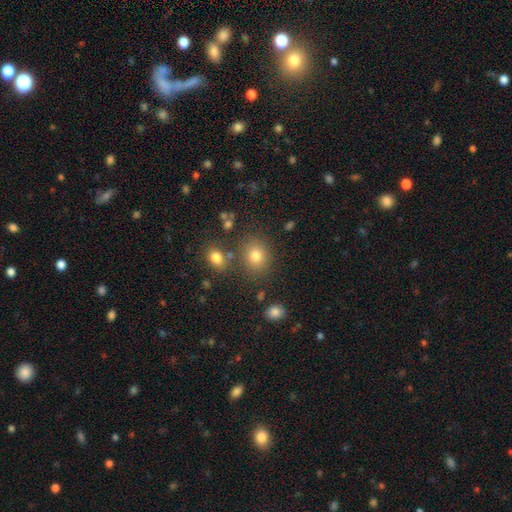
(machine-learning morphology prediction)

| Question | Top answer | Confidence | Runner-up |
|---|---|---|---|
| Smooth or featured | smooth | 77% | star or artifact (14%) |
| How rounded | round | 68% | in between (31%) |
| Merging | none | 78% | minor disturbance (10%) |